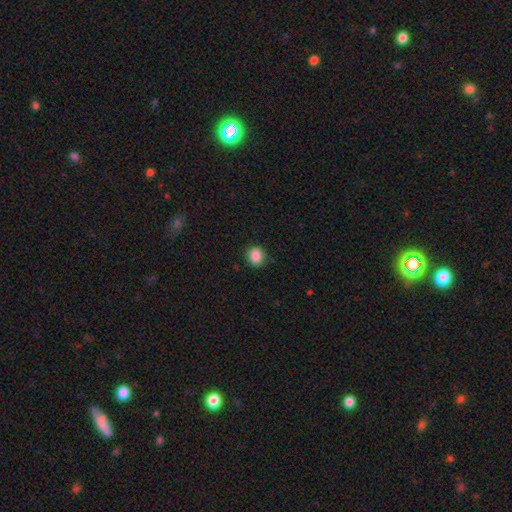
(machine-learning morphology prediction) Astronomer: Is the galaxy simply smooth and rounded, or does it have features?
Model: smooth — 88%.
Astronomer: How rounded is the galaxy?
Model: round — 69%.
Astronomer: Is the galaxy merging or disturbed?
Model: none — 87%.